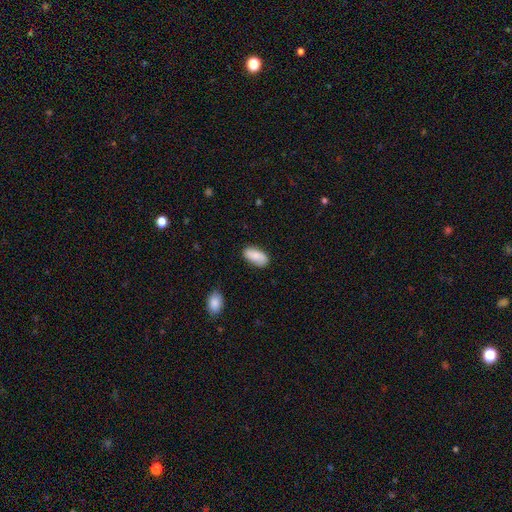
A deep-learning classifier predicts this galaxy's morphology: The model was most divided on "merging": none: 80%, minor disturbance: 15%, major disturbance: 3%, merger: 2%. More confident: how rounded — in between (92%); smooth or featured — smooth (84%).